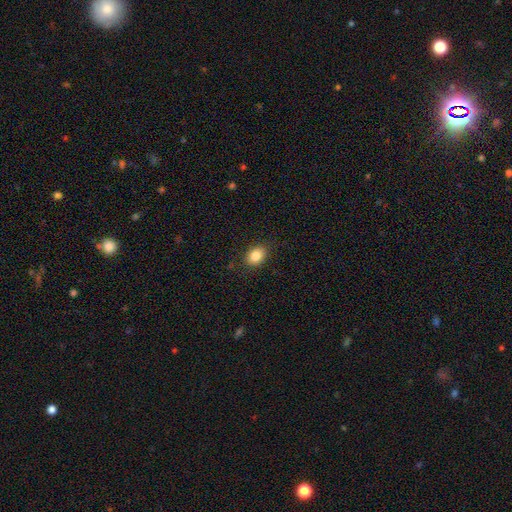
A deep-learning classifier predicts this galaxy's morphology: A smooth galaxy with no disk features (85%) that is in between round and cigar-shaped (64%).

Vote fractions:
- Smooth or featured? smooth: 85% / star or artifact: 9% / featured or disk: 6%
- How rounded? in between: 64% / round: 35% / cigar-shaped: 1%
- Merging? none: 86% / minor disturbance: 10% / major disturbance: 3% / merger: 1%